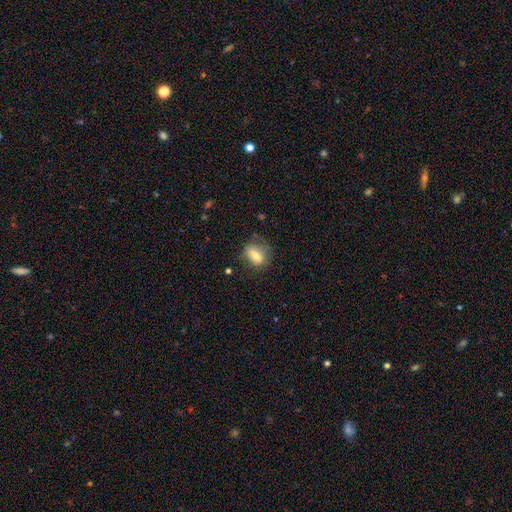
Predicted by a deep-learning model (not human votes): smooth-or-featured: smooth: 68% | featured or disk: 23% | star or artifact: 9%
  how-rounded: in between: 69% | round: 26% | cigar-shaped: 5%
  merging: none: 63% | minor disturbance: 24% | major disturbance: 11% | merger: 2%